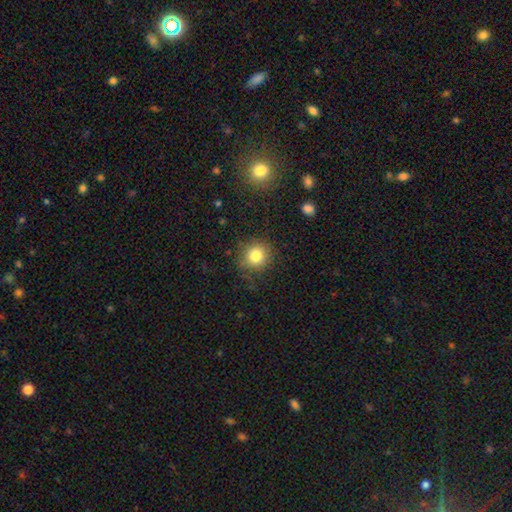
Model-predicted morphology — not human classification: Smooth or featured? Predicted: smooth (p=0.81). How rounded? Predicted: round (p=0.91). Merging? Predicted: none (p=0.84).